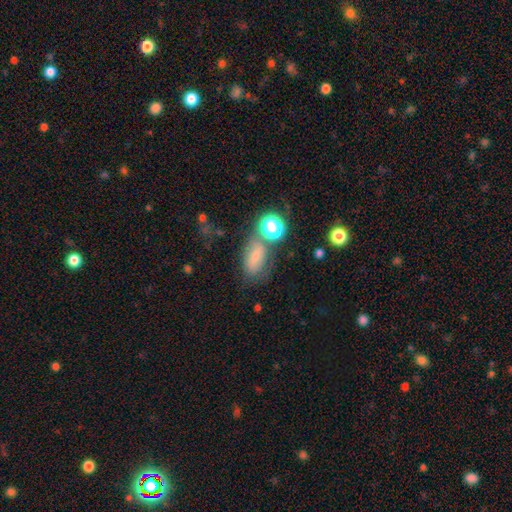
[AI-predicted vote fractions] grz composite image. It shows a smooth galaxy with no disk features (64%) that is in between round and cigar-shaped (78%). Merging: none (52%).